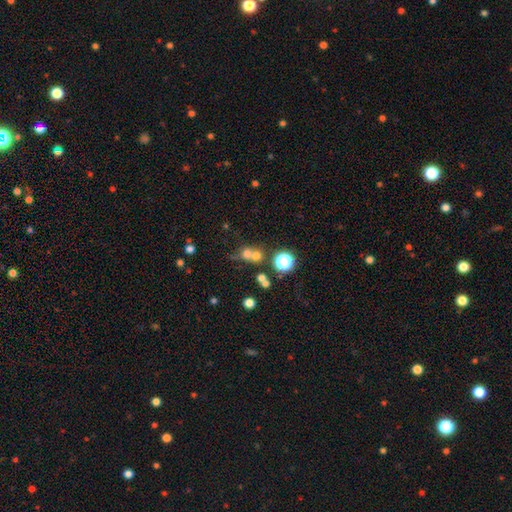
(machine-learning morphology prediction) Smooth or featured: smooth — 64% (star or artifact — 22%)
How rounded: round — 84% (in between — 15%)
Merging: merger — 47% (none — 42%)